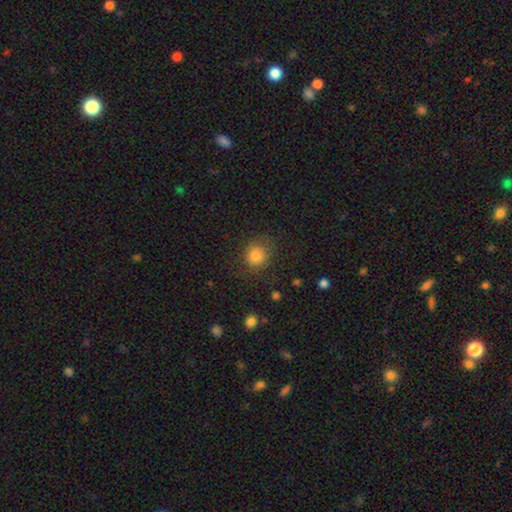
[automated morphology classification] smooth 82%, star or artifact 11%, featured or disk 7%. Down the decision tree: how rounded — round (84%); merging — none (77%).